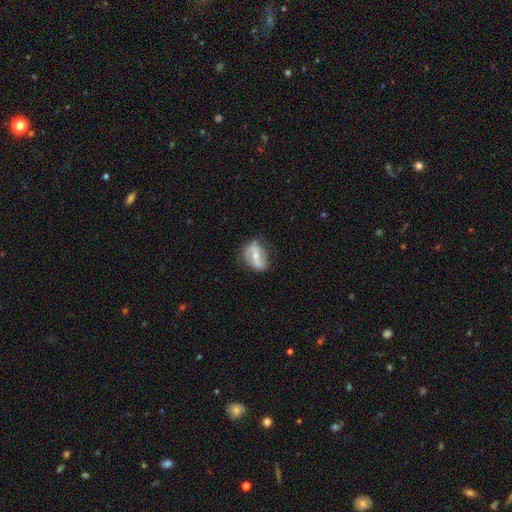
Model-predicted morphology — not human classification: This is likely a featured or disk galaxy (74%). It is clearly not viewed edge-on (96%). Bar: possibly strong (47%). Spiral arm pattern: clearly yes (85%). Spiral arm count: clearly 2 (86%). Spiral winding: possibly loose (49%). Central bulge: possibly moderate (48%). Merging: likely none (69%).